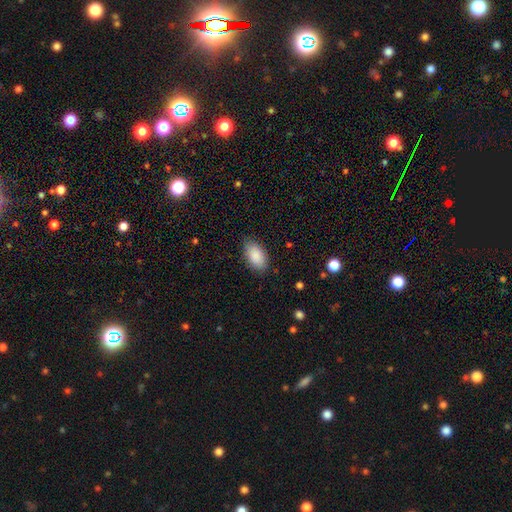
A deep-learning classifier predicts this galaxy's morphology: smooth-or-featured: smooth: 89% | star or artifact: 6% | featured or disk: 5%
  how-rounded: in between: 94% | round: 3% | cigar-shaped: 2%
  merging: none: 82% | minor disturbance: 14% | major disturbance: 3% | merger: 1%